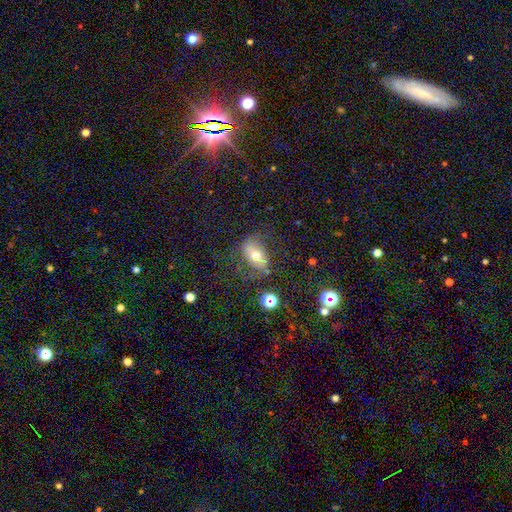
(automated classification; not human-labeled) smooth 47%, featured or disk 38%, star or artifact 15%. Down the decision tree: merging — none (60%).